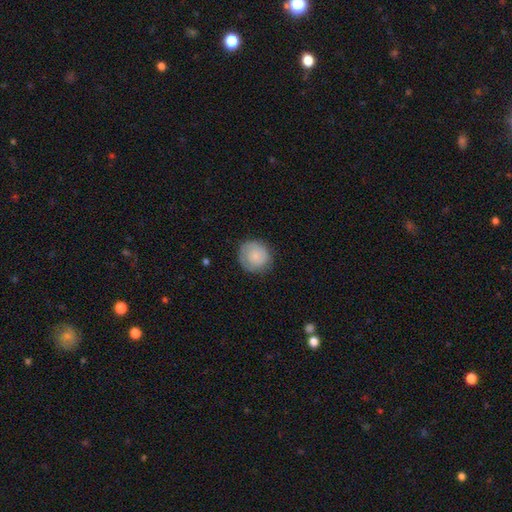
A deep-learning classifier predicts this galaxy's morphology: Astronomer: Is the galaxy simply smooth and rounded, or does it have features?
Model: smooth — 74%.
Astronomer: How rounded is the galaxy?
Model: round — 89%.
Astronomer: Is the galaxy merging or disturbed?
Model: none — 76%.